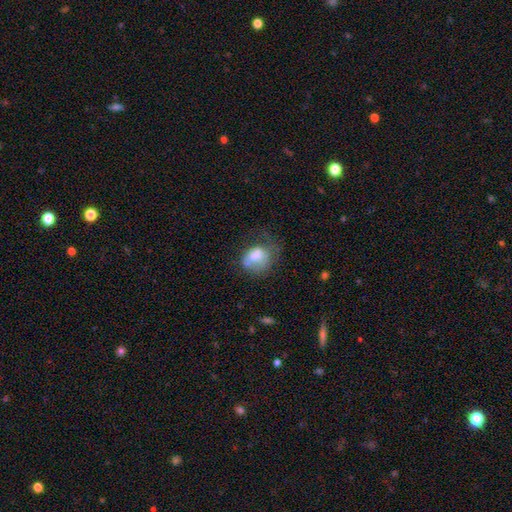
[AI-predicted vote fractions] Morphology: type=smooth (65%); roundness=in between (50%); merging=major disturbance (33%).